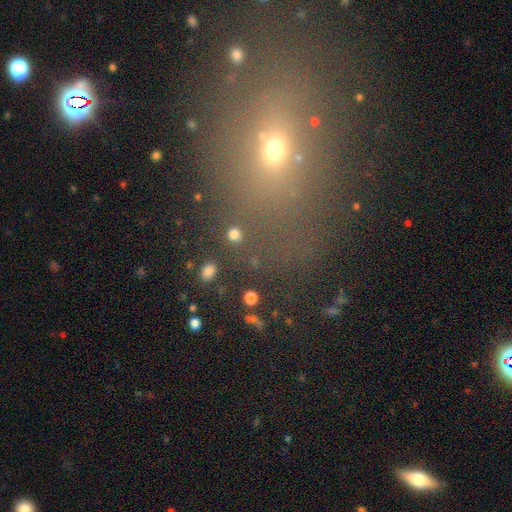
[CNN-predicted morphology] Smooth or featured: smooth — 43% (star or artifact — 42%)
Merging: none — 72% (minor disturbance — 13%)